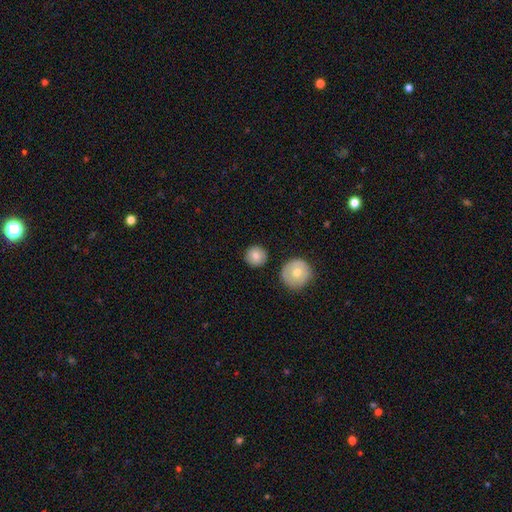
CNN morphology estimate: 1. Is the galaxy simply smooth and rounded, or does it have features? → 82% smooth, 10% featured or disk, 8% star or artifact.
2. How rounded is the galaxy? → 95% round, 4% in between, 1% cigar-shaped.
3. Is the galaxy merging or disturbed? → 88% none, 7% minor disturbance, 3% merger, 2% major disturbance.